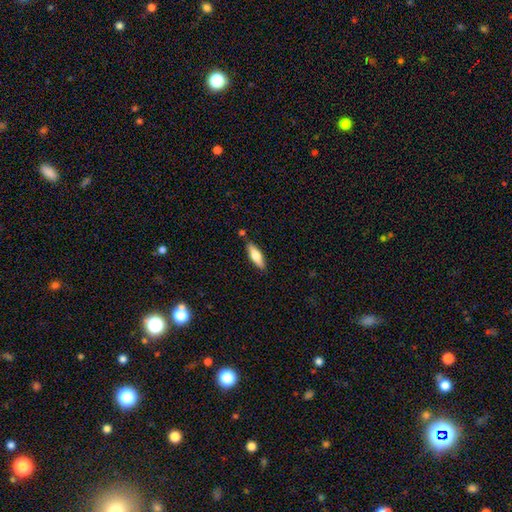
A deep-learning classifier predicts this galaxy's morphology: Smooth or featured? Predicted: smooth (p=0.59). How rounded? Predicted: cigar-shaped (p=0.50). Merging? Predicted: none (p=0.83).